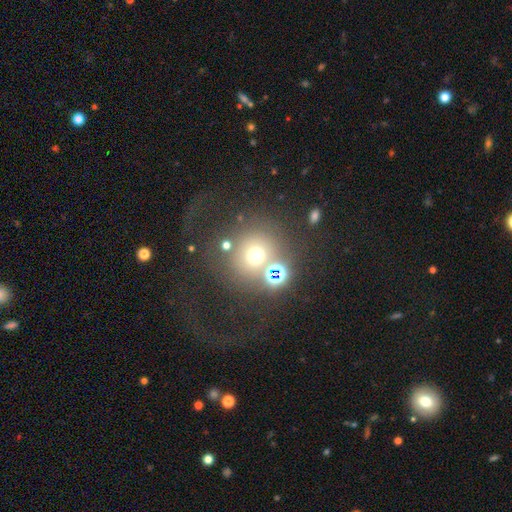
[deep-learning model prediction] The model was most divided on "smooth or featured": smooth: 61%, star or artifact: 28%, featured or disk: 11%. More confident: how rounded — round (90%); merging — none (68%).